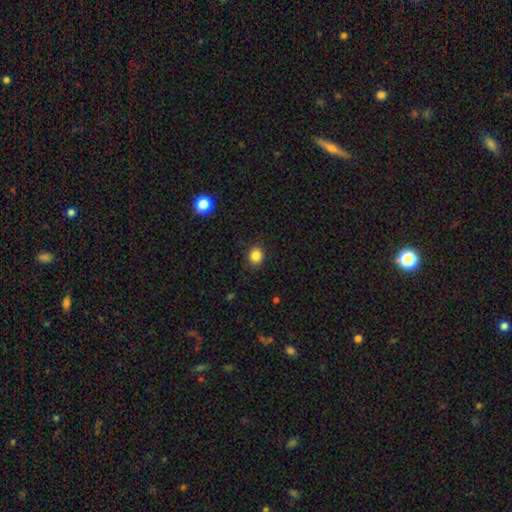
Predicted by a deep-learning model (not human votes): Morphology: type=smooth (85%); roundness=round (76%); merging=none (89%).